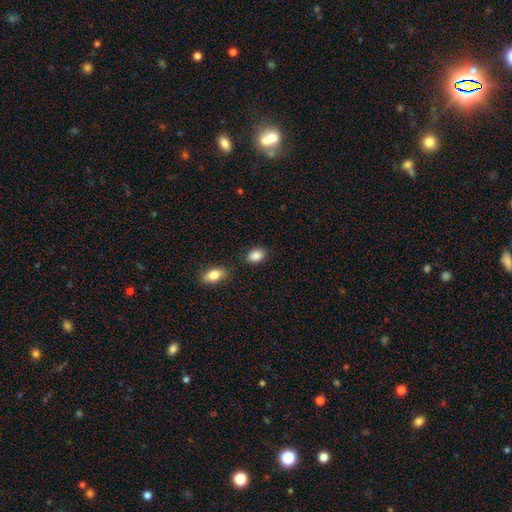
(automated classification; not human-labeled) Smooth or featured? smooth (88%)
How rounded? in between (82%)
Merging? none (80%)